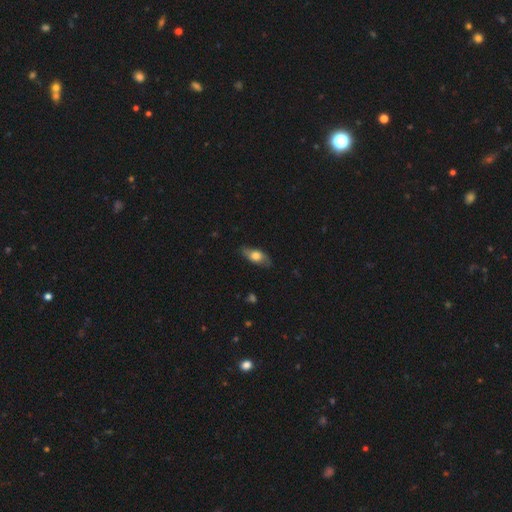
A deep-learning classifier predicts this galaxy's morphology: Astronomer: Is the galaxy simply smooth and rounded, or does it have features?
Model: smooth — 65%.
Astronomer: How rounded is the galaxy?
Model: in between — 81%.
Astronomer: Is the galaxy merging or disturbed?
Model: none — 80%.